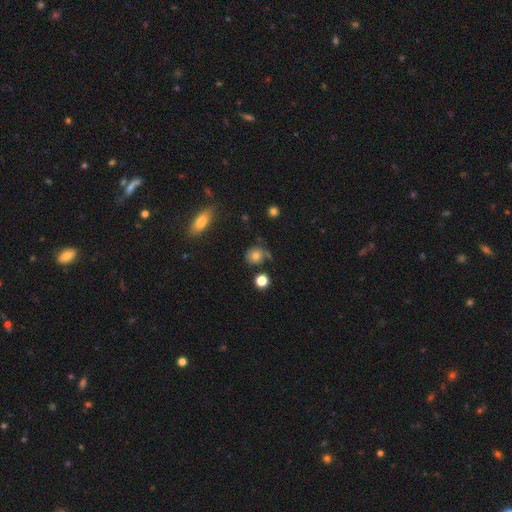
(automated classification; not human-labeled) Smooth or featured? smooth (71%)
How rounded? round (81%)
Merging? none (64%)